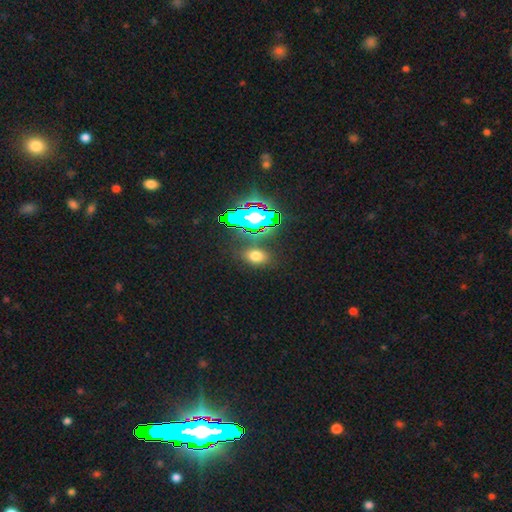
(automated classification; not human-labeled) Overall: smooth (59%; star or artifact 31%). How rounded: in between (77%). Merging: none (82%).